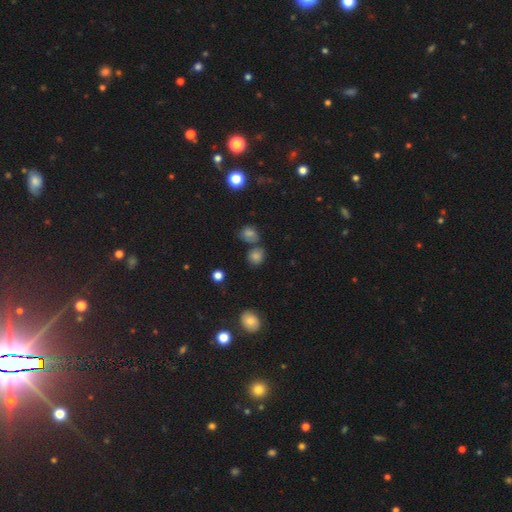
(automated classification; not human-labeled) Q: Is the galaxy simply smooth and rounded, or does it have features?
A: smooth — 72%.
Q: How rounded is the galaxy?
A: round — 78%.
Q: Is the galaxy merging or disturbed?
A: none — 64%.